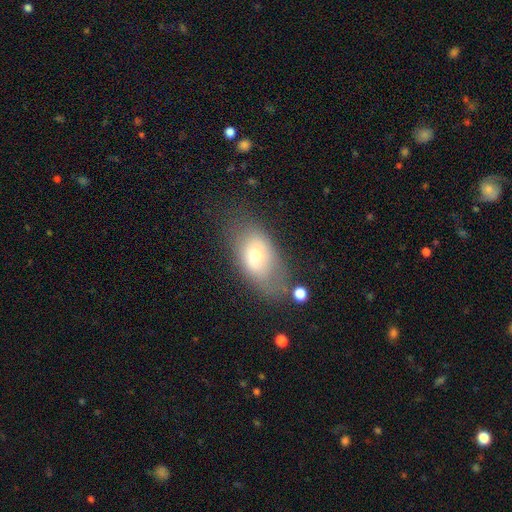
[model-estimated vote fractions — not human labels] Q: Smooth or featured?
A: smooth (62%); runner-up: featured or disk (27%)
Q: How rounded?
A: in between (86%); runner-up: round (11%)
Q: Merging?
A: none (54%); runner-up: minor disturbance (24%)